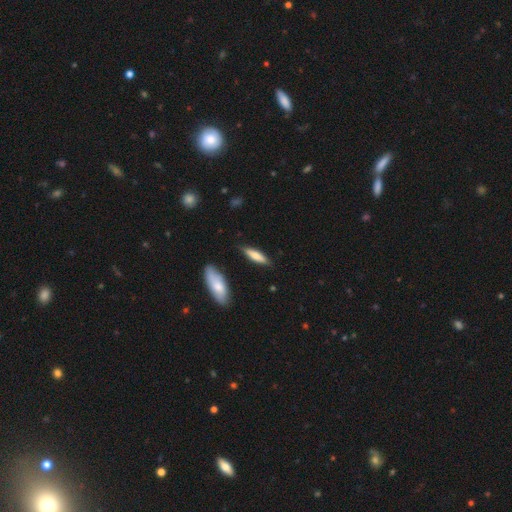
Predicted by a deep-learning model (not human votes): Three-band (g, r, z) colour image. It shows a smooth galaxy with no disk features (73%) that is cigar-shaped (69%). Merging: none (84%).